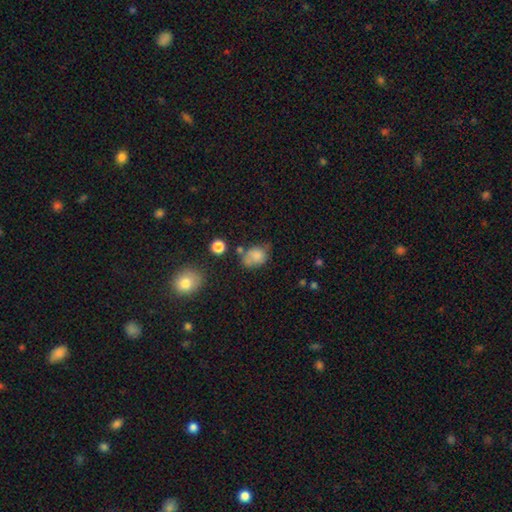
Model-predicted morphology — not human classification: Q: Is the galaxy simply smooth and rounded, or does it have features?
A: smooth — 77%.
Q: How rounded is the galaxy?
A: in between — 58%.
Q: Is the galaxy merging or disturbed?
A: none — 42%.